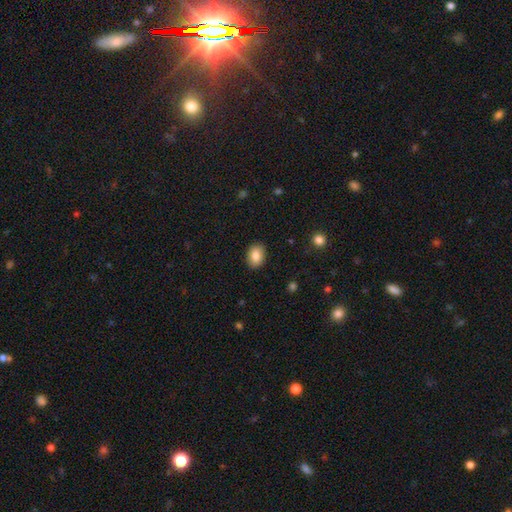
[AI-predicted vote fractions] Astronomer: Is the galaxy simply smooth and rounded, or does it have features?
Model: smooth — 86%.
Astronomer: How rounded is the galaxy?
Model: in between — 72%.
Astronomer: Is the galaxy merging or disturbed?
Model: none — 89%.